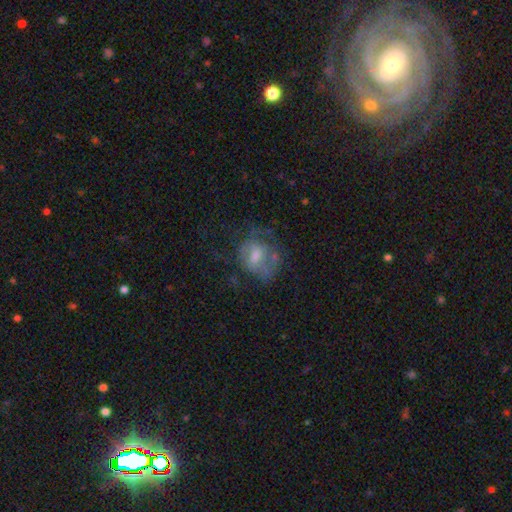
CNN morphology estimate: A featured or disk galaxy (46%).

Vote fractions:
- Smooth or featured? featured or disk: 46% / smooth: 42% / star or artifact: 12%
- Merging? none: 41% / major disturbance: 31% / minor disturbance: 24% / merger: 4%